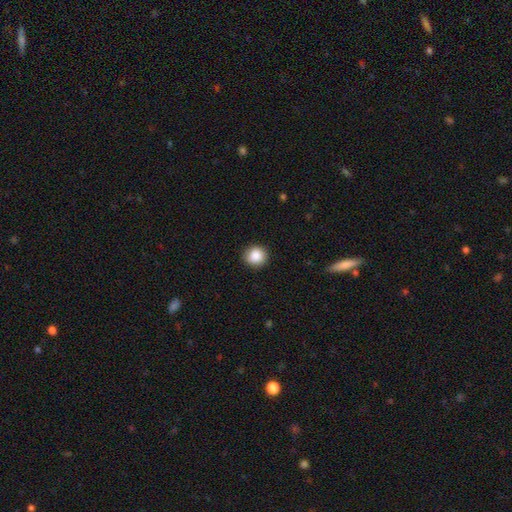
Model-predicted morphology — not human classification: A smooth galaxy with no disk features (88%) that is round (88%). Merging: none (90%).